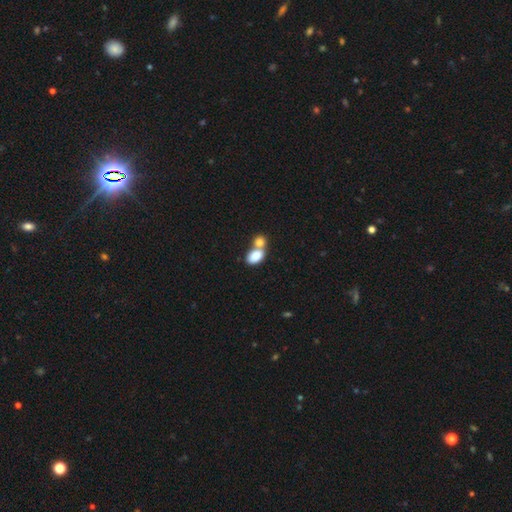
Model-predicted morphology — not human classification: This is clearly a smooth galaxy (84%). How rounded: clearly in between (86%). Merging: possibly merger (60%).